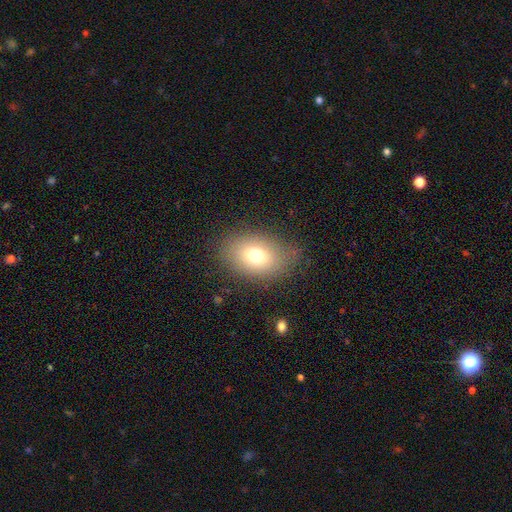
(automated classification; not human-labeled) Overall: smooth (73%). How rounded: in between (76%). Merging: none (80%).